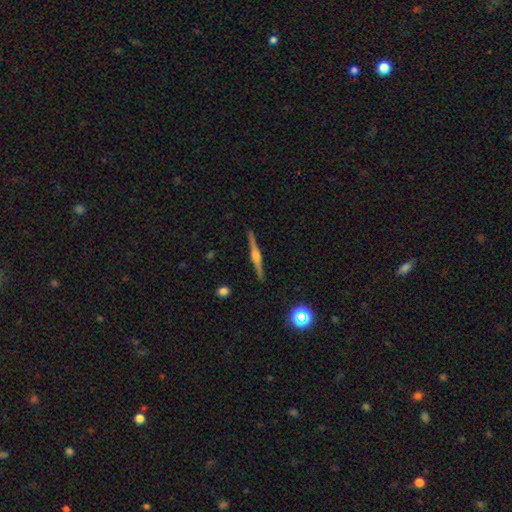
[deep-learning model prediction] This appears to be a featured or disk galaxy (81%) viewed edge-on (99%) with a rounded central bulge (83%). Merging: none (92%).